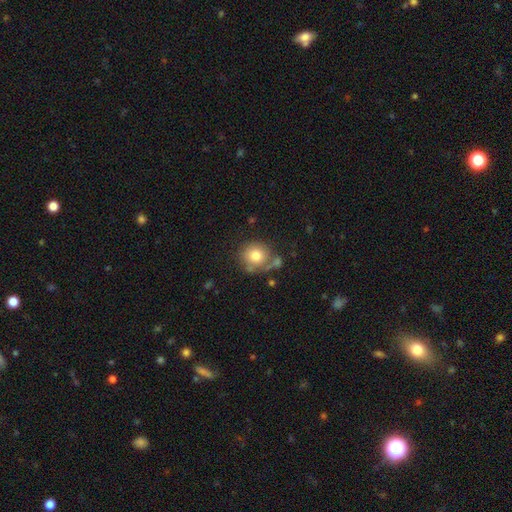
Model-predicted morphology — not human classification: A smooth galaxy with no disk features (77%) that is round (88%). Merging: none (62%).